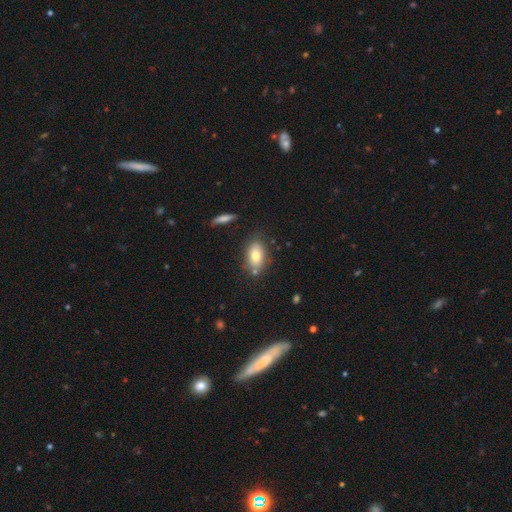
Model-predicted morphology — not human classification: type=smooth (76%); roundness=in between (87%); merging=none (74%).